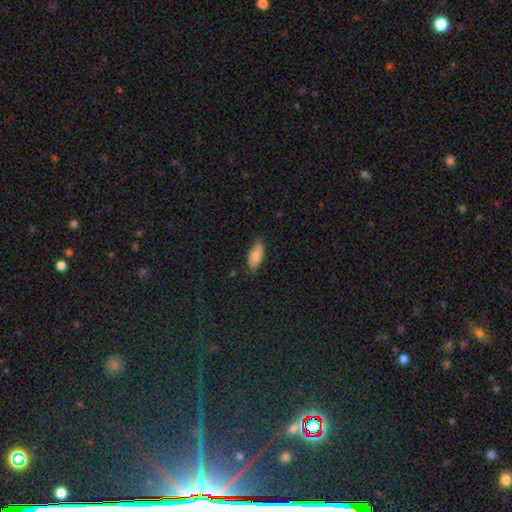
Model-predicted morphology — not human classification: Overall: smooth (80%). How rounded: in between (87%). Merging: none (81%).